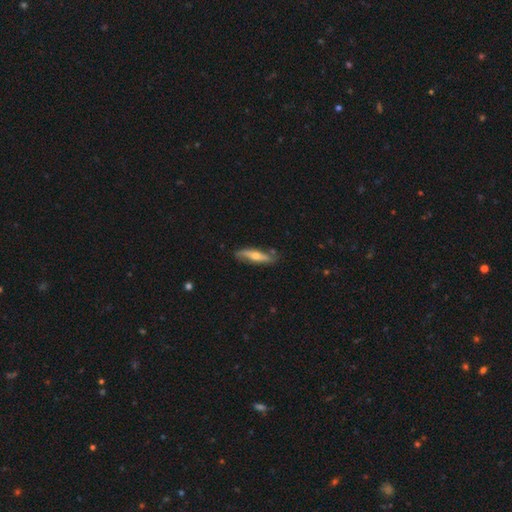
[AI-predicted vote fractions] smooth_or_featured: featured or disk (p=0.57) [alt: smooth p=0.36]
disk_edge_on: yes (p=0.67) [alt: no p=0.33]
merging: none (p=0.78) [alt: minor disturbance p=0.16]